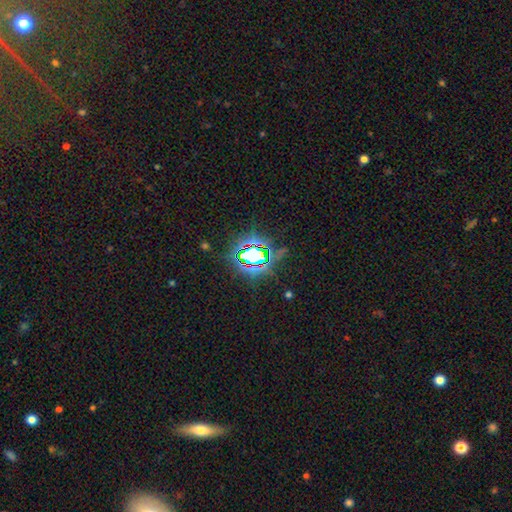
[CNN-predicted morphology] This appears to be a star or artifact, not a galaxy (80%).